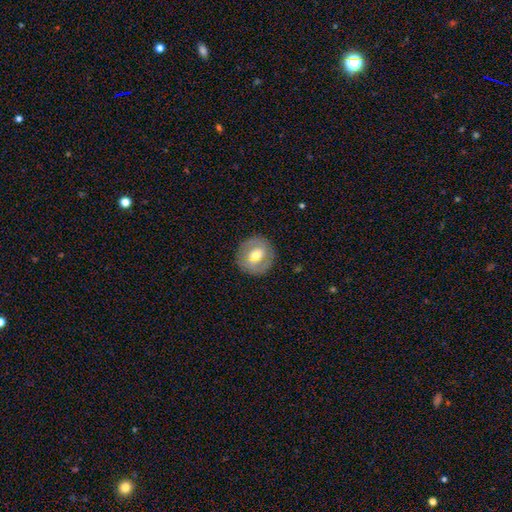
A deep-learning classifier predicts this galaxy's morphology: type=smooth (50%); merging=none (85%).